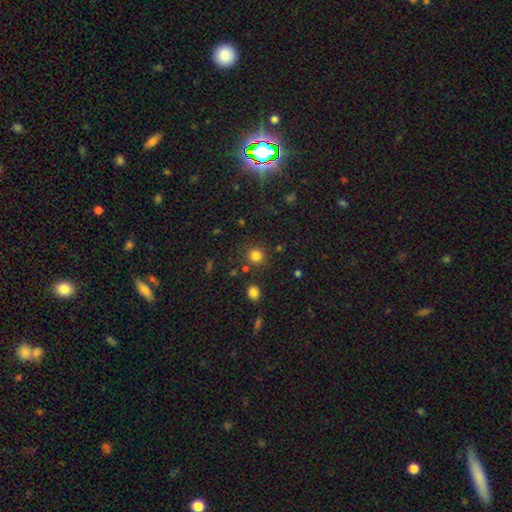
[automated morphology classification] This is clearly a smooth galaxy (81%). How rounded: clearly round (90%). Merging: clearly none (83%).